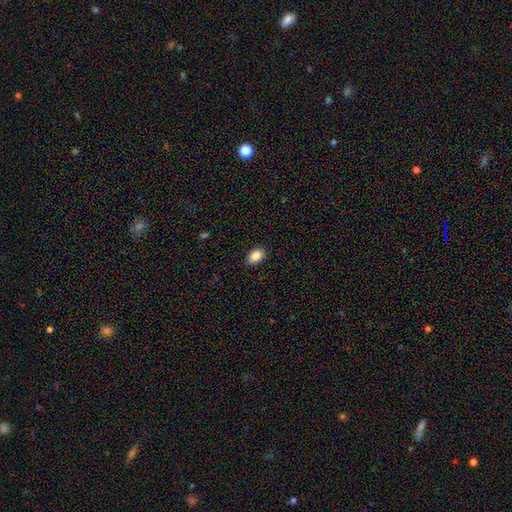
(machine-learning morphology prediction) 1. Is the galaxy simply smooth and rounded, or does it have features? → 87% smooth, 8% star or artifact, 5% featured or disk.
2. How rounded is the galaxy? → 88% in between, 11% round, 1% cigar-shaped.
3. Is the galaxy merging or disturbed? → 86% none, 11% minor disturbance, 2% major disturbance, 1% merger.